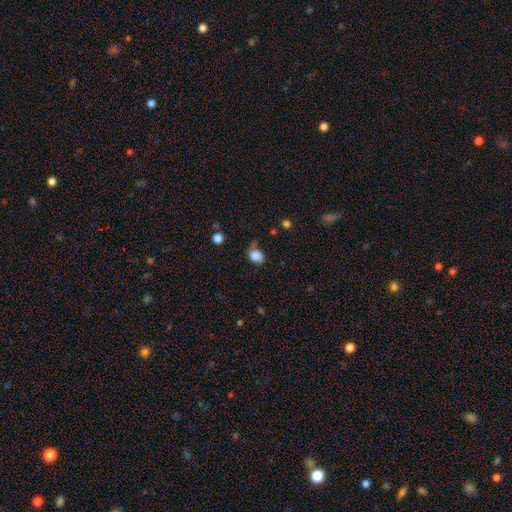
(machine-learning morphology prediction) A smooth galaxy with no disk features (82%) that is in between round and cigar-shaped (63%). Merging: none (45%).